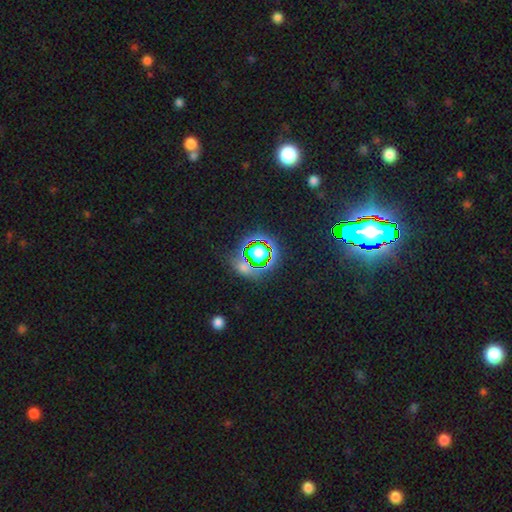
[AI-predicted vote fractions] Smooth or featured? Predicted: star or artifact (p=0.74).